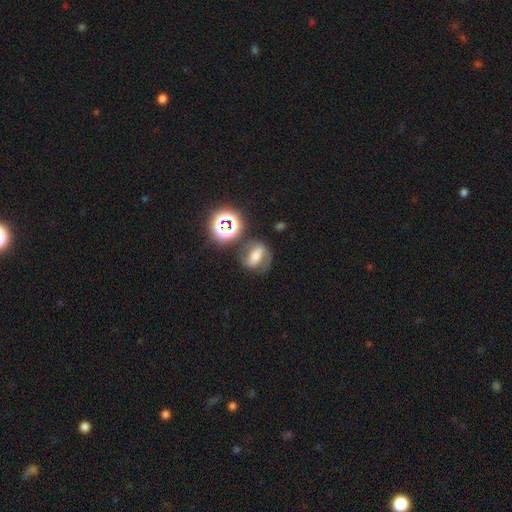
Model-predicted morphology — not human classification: featured or disk 56%, smooth 24%, star or artifact 20%. Down the decision tree: edge-on disk — no (93%); bar — strong (56%); spiral arms — yes (76%); bulge size — moderate (54%); merging — none (68%).